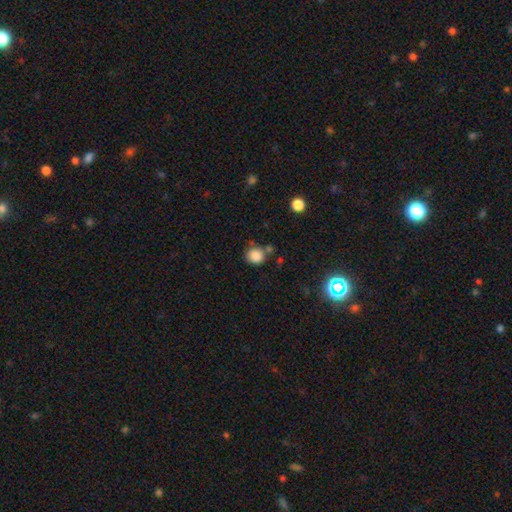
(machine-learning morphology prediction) Smooth or featured? smooth (85%)
How rounded? round (85%)
Merging? none (71%)